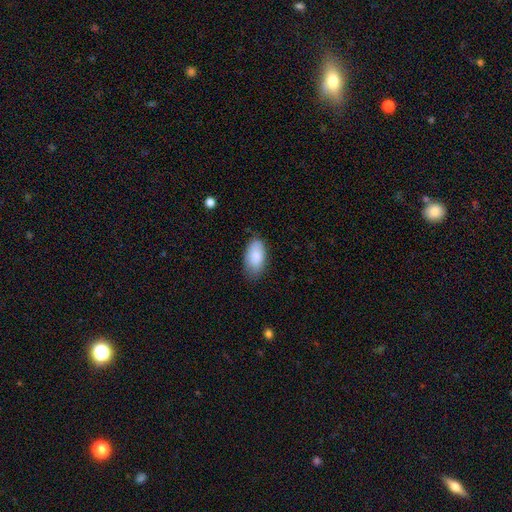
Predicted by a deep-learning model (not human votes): This appears to be a smooth galaxy with no disk features (85%) that is in between round and cigar-shaped (94%). Merging: none (76%).